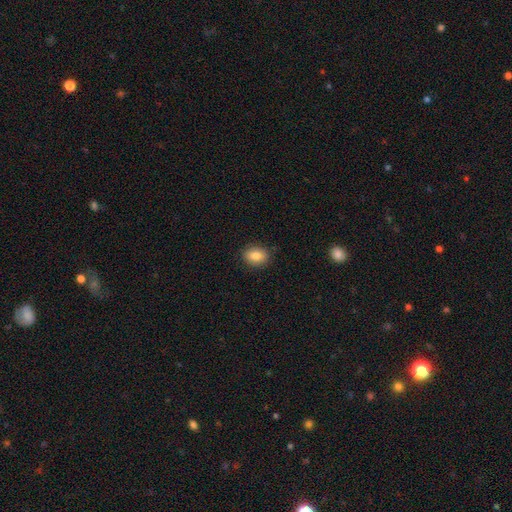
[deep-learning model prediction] smooth-or-featured: smooth: 84% | star or artifact: 9% | featured or disk: 8%
  how-rounded: in between: 66% | round: 33% | cigar-shaped: 1%
  merging: none: 88% | minor disturbance: 9% | major disturbance: 2% | merger: 1%